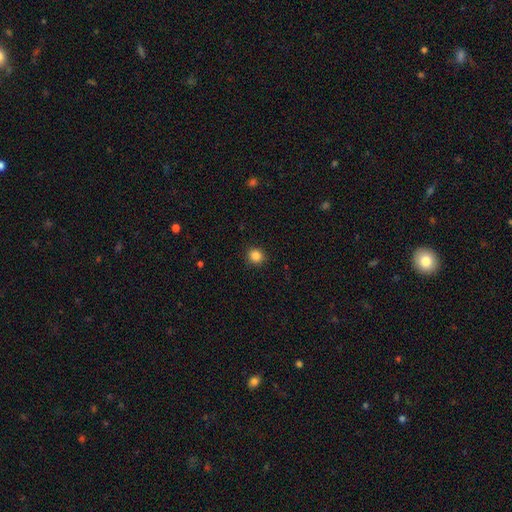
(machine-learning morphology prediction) smooth-or-featured: smooth: 86% | star or artifact: 11% | featured or disk: 3%
  how-rounded: round: 89% | in between: 10% | cigar-shaped: 1%
  merging: none: 91% | minor disturbance: 6% | major disturbance: 2% | merger: 1%